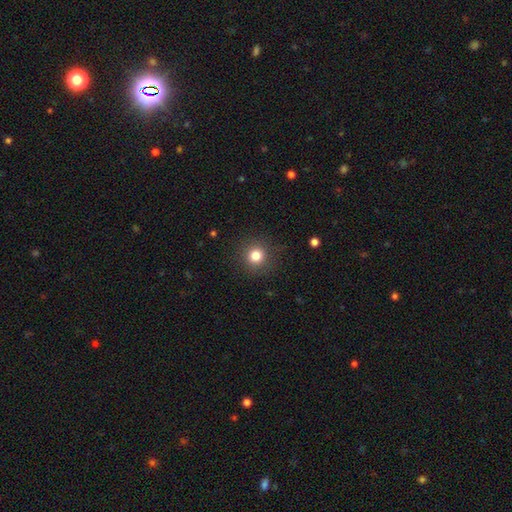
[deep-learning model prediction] Smooth or featured? Predicted: smooth (p=0.81). How rounded? Predicted: round (p=0.93). Merging? Predicted: none (p=0.88).